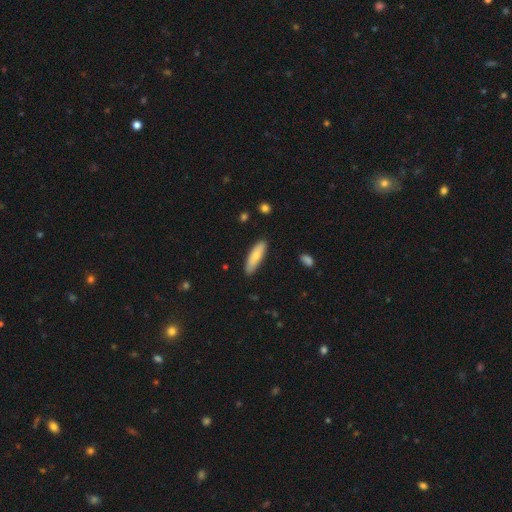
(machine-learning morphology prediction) smooth-or-featured: smooth: 74% | featured or disk: 20% | star or artifact: 6%
  how-rounded: cigar-shaped: 60% | in between: 38% | round: 2%
  merging: none: 84% | minor disturbance: 13% | major disturbance: 2% | merger: 1%